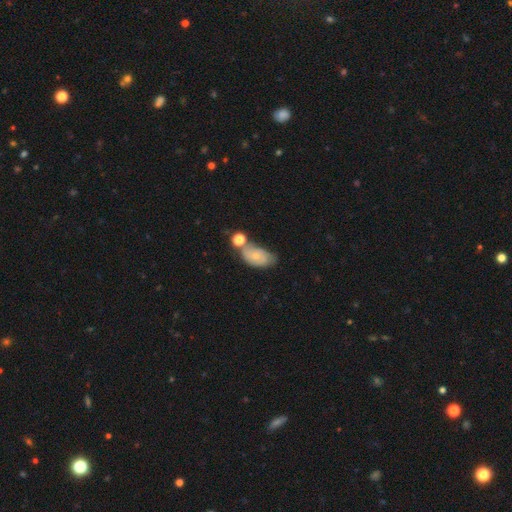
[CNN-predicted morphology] Q: Smooth or featured?
A: smooth (52%); runner-up: featured or disk (40%)
Q: How rounded?
A: in between (87%); runner-up: round (11%)
Q: Merging?
A: none (36%); runner-up: merger (28%)